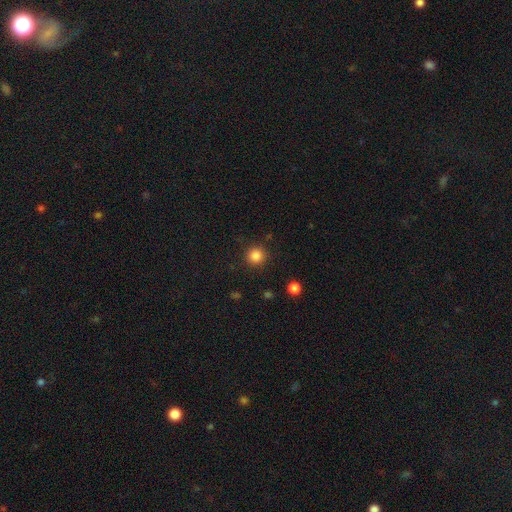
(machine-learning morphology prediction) A smooth galaxy with no disk features (85%) that is round (95%). Merging: none (90%).